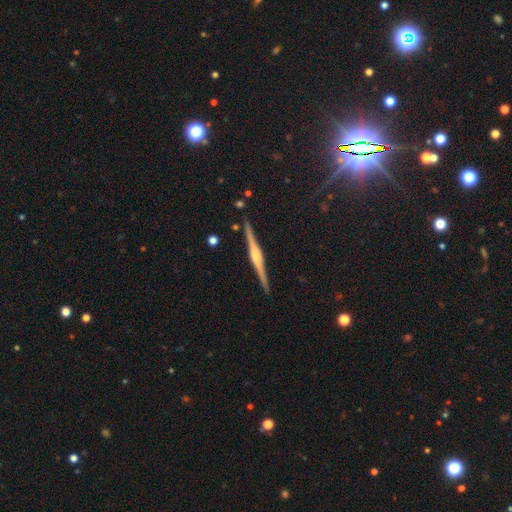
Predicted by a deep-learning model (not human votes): The model was most divided on "edge-on bulge": rounded: 67%, boxy: 25%, none: 9%. More confident: edge-on disk — yes (99%); merging — none (91%); smooth or featured — featured or disk (83%).